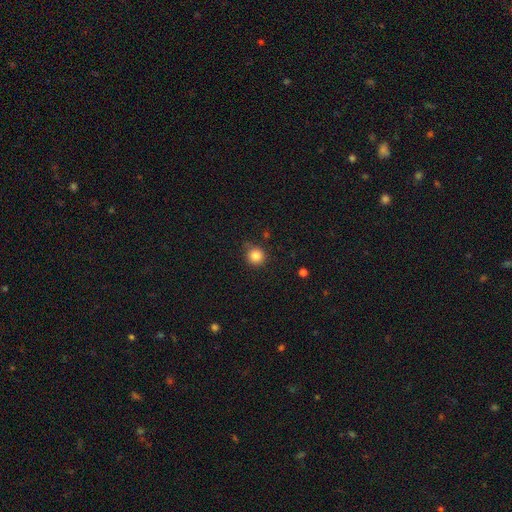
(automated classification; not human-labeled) A smooth galaxy with no disk features (84%) that is round (94%).

Vote fractions:
- Smooth or featured? smooth: 84% / star or artifact: 11% / featured or disk: 5%
- How rounded? round: 94% / in between: 5% / cigar-shaped: 1%
- Merging? none: 82% / minor disturbance: 13% / major disturbance: 3% / merger: 2%